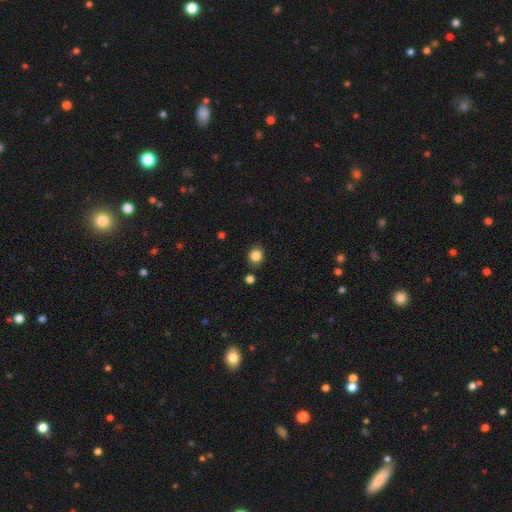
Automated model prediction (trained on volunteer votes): Morphology: type=smooth (85%); roundness=round (72%); merging=none (81%).